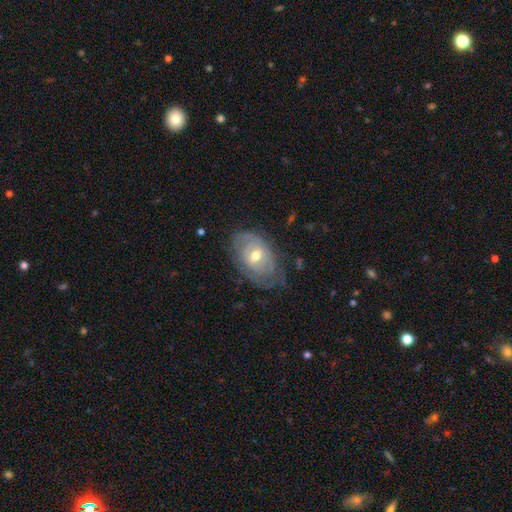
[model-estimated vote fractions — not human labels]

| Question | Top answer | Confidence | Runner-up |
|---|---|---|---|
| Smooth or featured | featured or disk | 66% | smooth (28%) |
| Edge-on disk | no | 93% | yes (7%) |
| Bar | no | 53% | weak (38%) |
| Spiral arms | yes | 66% | no (34%) |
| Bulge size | moderate | 72% | small (21%) |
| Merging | none | 58% | minor disturbance (27%) |